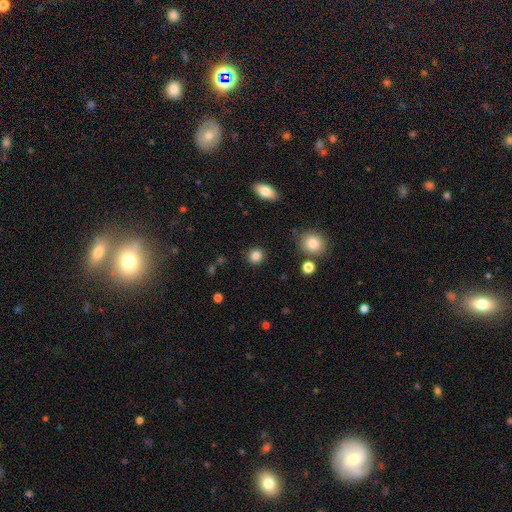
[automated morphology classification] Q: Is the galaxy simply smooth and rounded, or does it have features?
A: smooth — 85%.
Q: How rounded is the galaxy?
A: round — 91%.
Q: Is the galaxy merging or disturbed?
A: none — 91%.